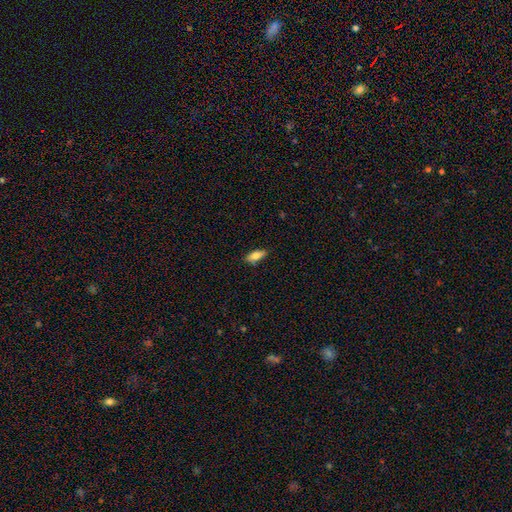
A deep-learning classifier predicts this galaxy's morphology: A smooth galaxy with no disk features (78%) that is in between round and cigar-shaped (74%). Merging: none (84%).